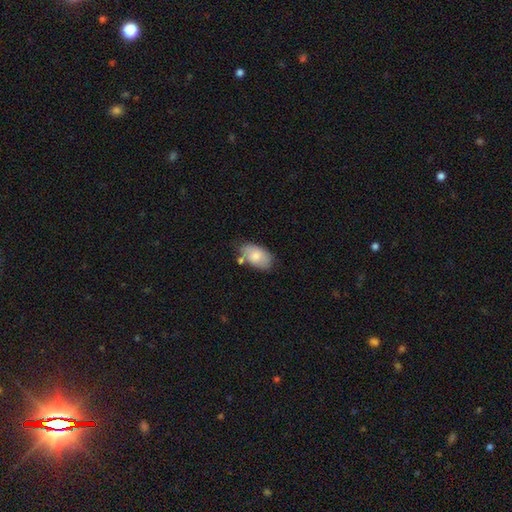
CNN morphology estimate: Smooth or featured? smooth (79%)
How rounded? in between (93%)
Merging? none (64%)